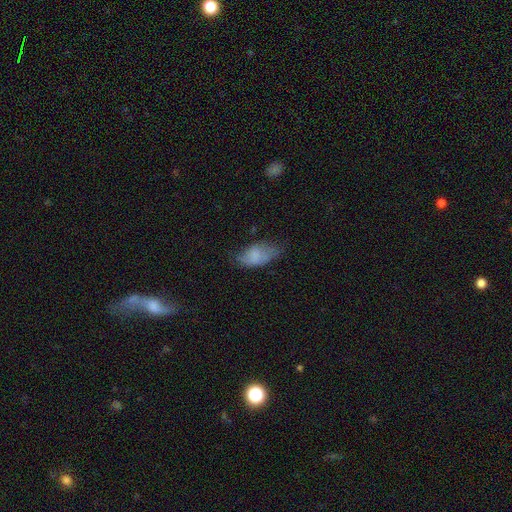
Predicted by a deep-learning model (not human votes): The model was most divided on "merging": none: 44%, minor disturbance: 36%, major disturbance: 17%, merger: 2%. More confident: how rounded — in between (91%); smooth or featured — smooth (75%).